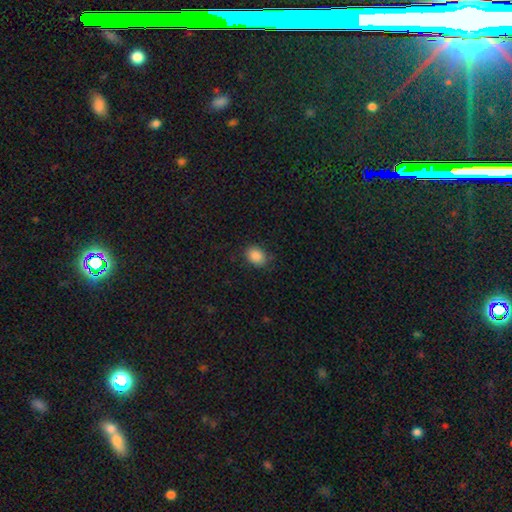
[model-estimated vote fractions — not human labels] The model was most divided on "how rounded": in between: 63%, round: 36%, cigar-shaped: 1%. More confident: smooth or featured — smooth (87%); merging — none (78%).